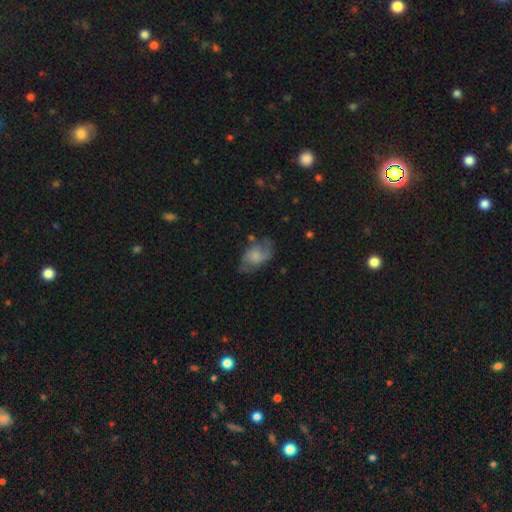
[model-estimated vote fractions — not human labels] smooth 47%, featured or disk 45%, star or artifact 8%. Down the decision tree: merging — none (55%).